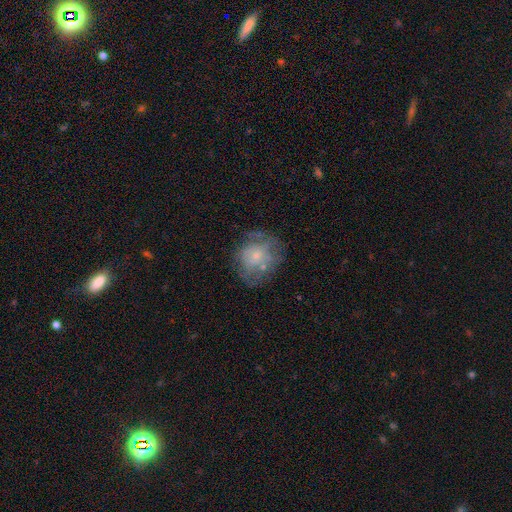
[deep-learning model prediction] This is possibly a featured or disk galaxy (46%). Merging: possibly none (54%).